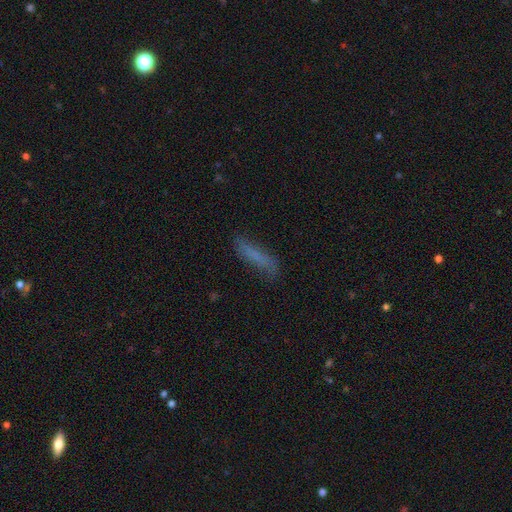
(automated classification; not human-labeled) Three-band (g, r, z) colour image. It shows a smooth galaxy with no disk features (65%) that is cigar-shaped (80%). Merging: none (74%).